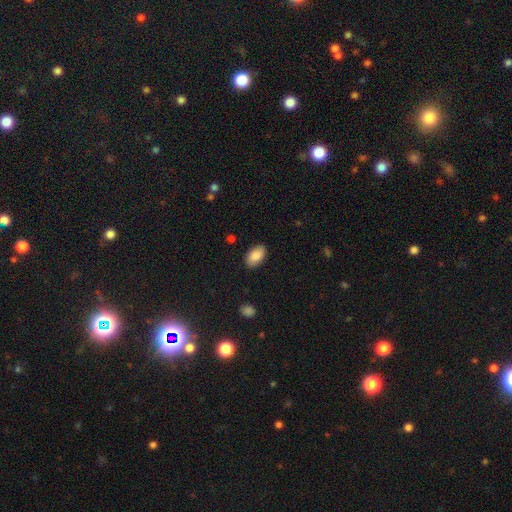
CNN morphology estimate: smooth_or_featured: smooth (p=0.86) [alt: featured or disk p=0.08]
how_rounded: in between (p=0.94) [alt: round p=0.05]
merging: none (p=0.86) [alt: minor disturbance p=0.11]